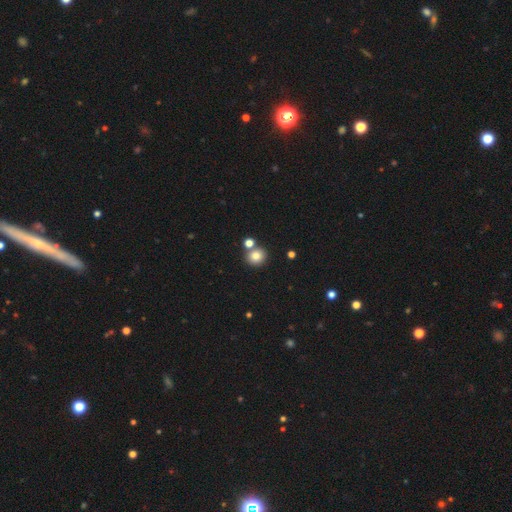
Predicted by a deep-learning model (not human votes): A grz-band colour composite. It shows a smooth galaxy with no disk features (81%) that is round (82%). Merging: none (69%).